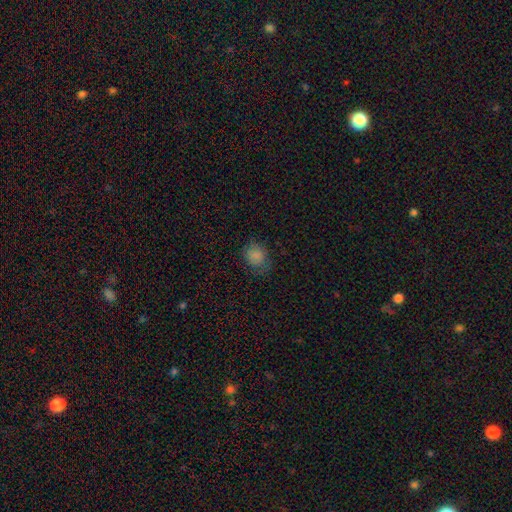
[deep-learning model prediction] This is likely a smooth galaxy (78%). How rounded: possibly round (56%). Merging: likely none (63%).